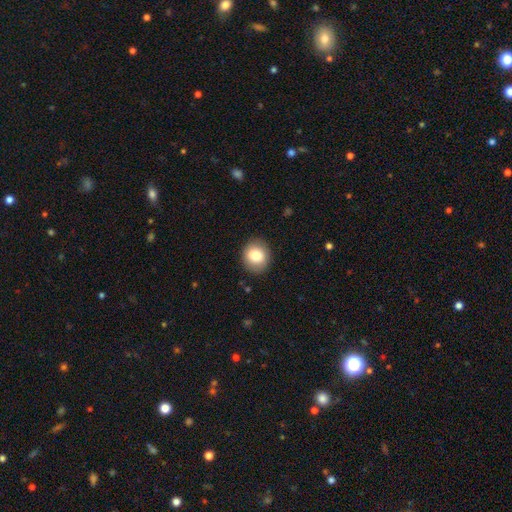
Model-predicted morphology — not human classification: type=smooth (83%); roundness=round (76%); merging=none (87%).